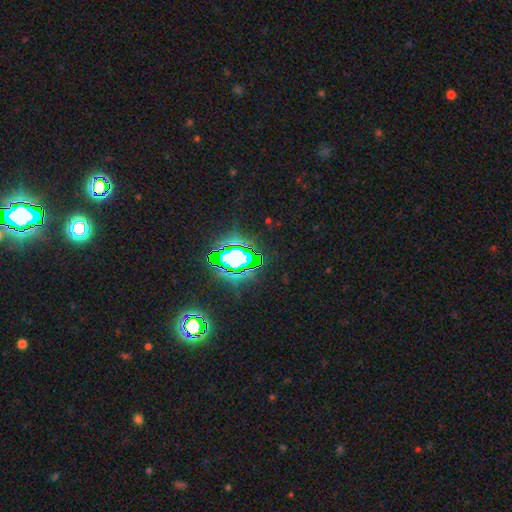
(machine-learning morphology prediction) A star or artifact, not a galaxy (83%).